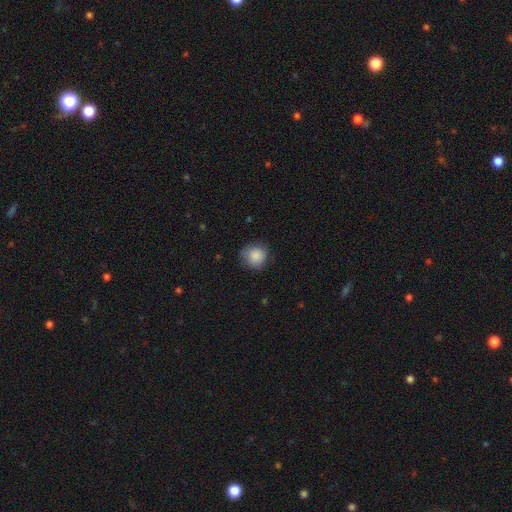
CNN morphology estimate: smooth_or_featured: smooth (p=0.87) [alt: star or artifact p=0.08]
how_rounded: round (p=0.89) [alt: in between p=0.10]
merging: none (p=0.75) [alt: minor disturbance p=0.19]